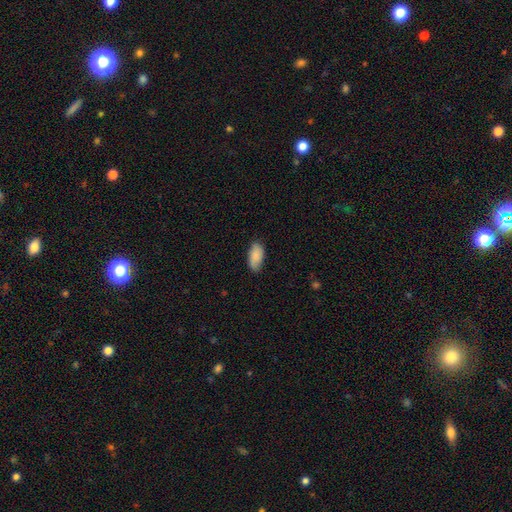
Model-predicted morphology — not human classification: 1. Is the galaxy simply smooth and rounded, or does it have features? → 84% smooth, 9% featured or disk, 6% star or artifact.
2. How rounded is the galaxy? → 91% in between, 6% cigar-shaped, 2% round.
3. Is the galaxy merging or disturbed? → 75% none, 20% minor disturbance, 4% major disturbance, 1% merger.